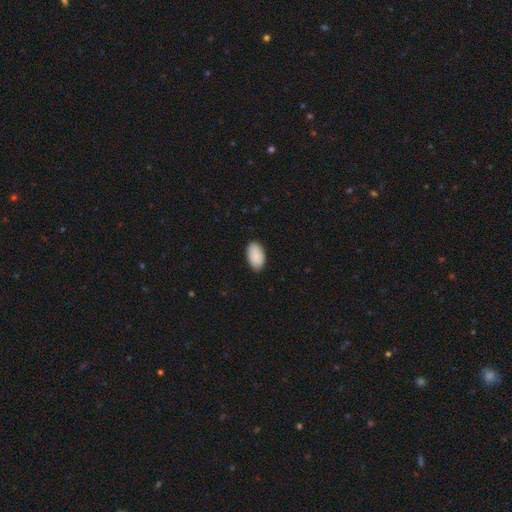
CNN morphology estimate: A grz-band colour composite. It shows a smooth galaxy with no disk features (87%) that is in between round and cigar-shaped (95%). Merging: none (84%).